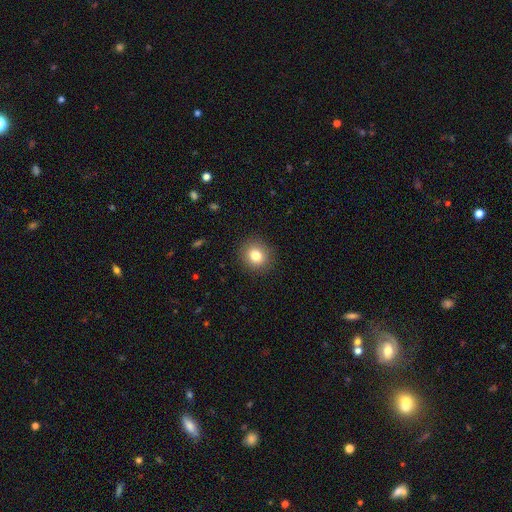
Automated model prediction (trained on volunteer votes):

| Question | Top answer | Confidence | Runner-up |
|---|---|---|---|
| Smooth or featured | smooth | 81% | star or artifact (11%) |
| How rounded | round | 83% | in between (16%) |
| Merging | none | 90% | minor disturbance (7%) |